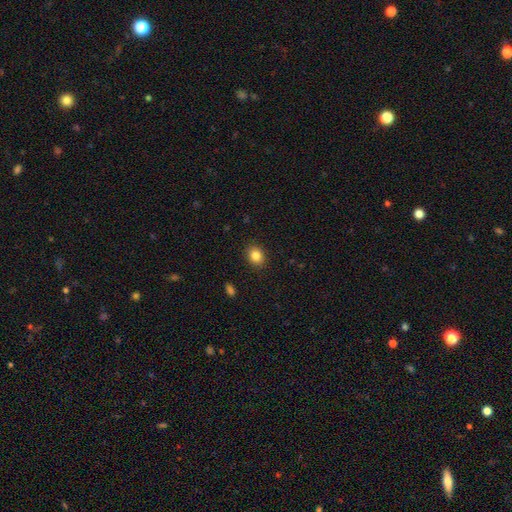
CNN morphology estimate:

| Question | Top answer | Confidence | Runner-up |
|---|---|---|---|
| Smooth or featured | smooth | 85% | star or artifact (10%) |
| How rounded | round | 51% | in between (48%) |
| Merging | none | 89% | minor disturbance (8%) |